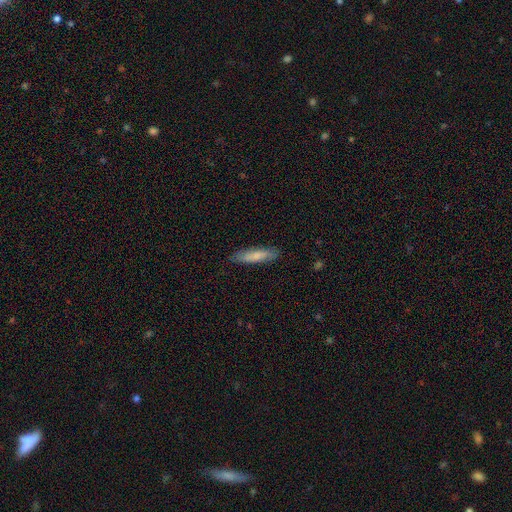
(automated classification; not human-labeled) Overall: smooth (74%). How rounded: cigar-shaped (75%). Merging: none (85%).